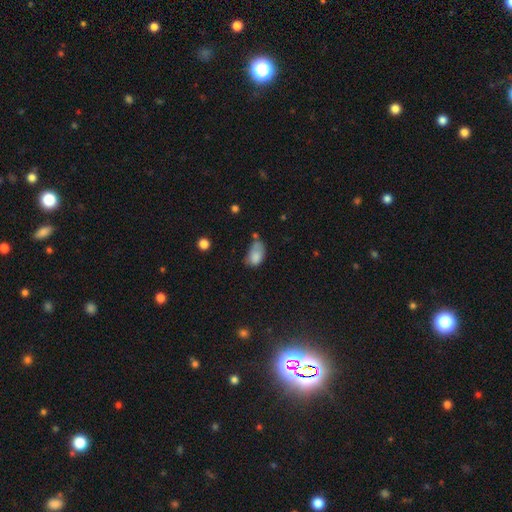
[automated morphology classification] Smooth or featured: smooth — 79% (featured or disk — 12%)
How rounded: in between — 88% (round — 11%)
Merging: minor disturbance — 39% (none — 30%)